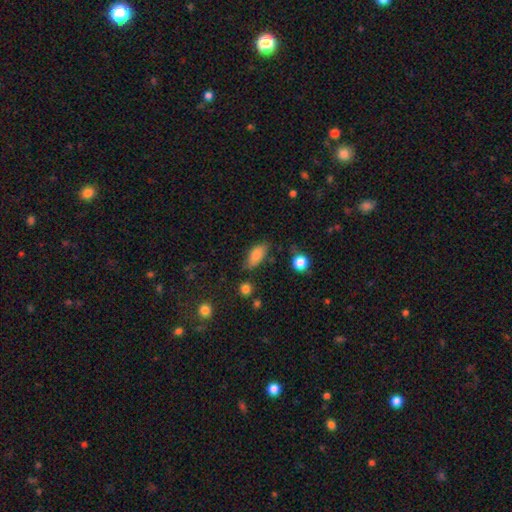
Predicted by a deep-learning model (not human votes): A smooth galaxy with no disk features (80%) that is in between round and cigar-shaped (87%). Merging: none (66%).